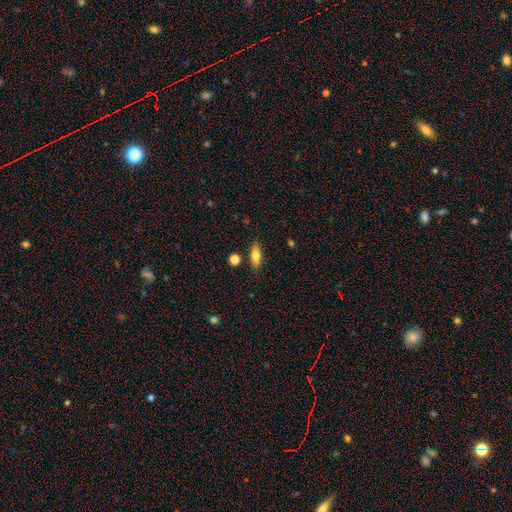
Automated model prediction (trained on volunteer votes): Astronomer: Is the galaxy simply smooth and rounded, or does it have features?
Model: smooth — 70%.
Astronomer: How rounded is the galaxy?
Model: in between — 64%.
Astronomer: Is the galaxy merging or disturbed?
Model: none — 83%.